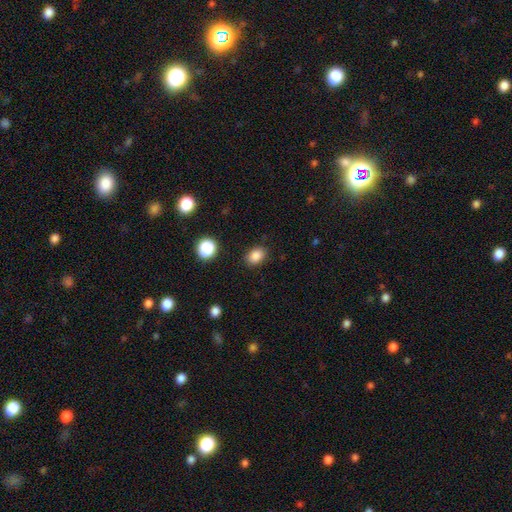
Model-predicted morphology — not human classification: type=smooth (85%); roundness=in between (70%); merging=none (86%).